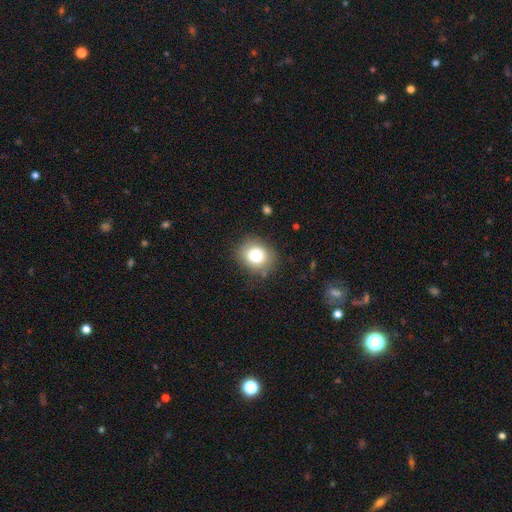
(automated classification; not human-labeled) smooth_or_featured: smooth (p=0.81) [alt: star or artifact p=0.10]
how_rounded: round (p=0.72) [alt: in between p=0.27]
merging: none (p=0.81) [alt: minor disturbance p=0.13]